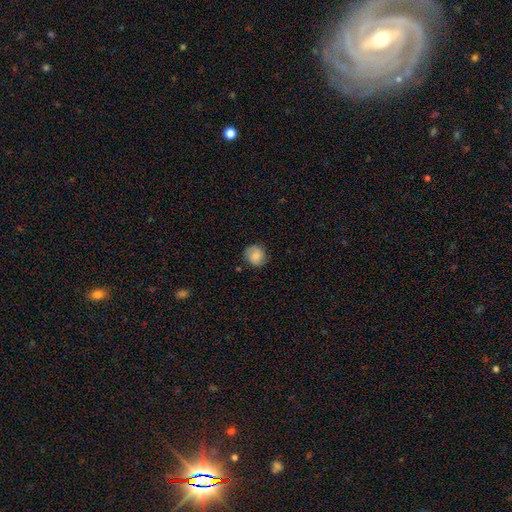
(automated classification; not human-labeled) smooth_or_featured: smooth (p=0.70) [alt: featured or disk p=0.21]
how_rounded: round (p=0.84) [alt: in between p=0.15]
merging: none (p=0.78) [alt: minor disturbance p=0.17]